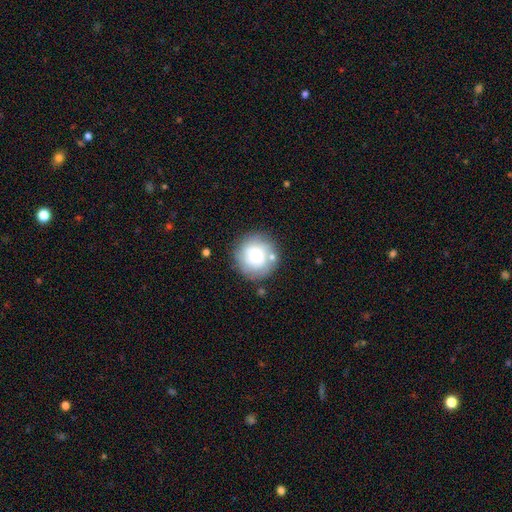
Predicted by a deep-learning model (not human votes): Q: Smooth or featured?
A: smooth (65%); runner-up: featured or disk (27%)
Q: How rounded?
A: round (92%); runner-up: in between (7%)
Q: Merging?
A: none (71%); runner-up: minor disturbance (15%)